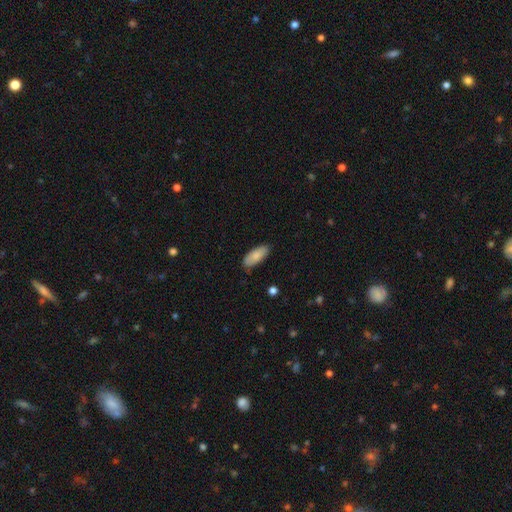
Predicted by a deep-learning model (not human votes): Morphology: type=smooth (86%); roundness=in between (81%); merging=none (82%).